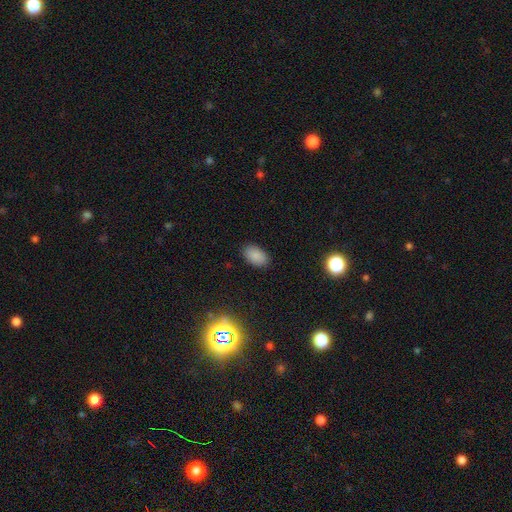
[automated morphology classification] The model was most divided on "smooth or featured": smooth: 86%, star or artifact: 11%, featured or disk: 4%. More confident: how rounded — in between (92%); merging — none (87%).